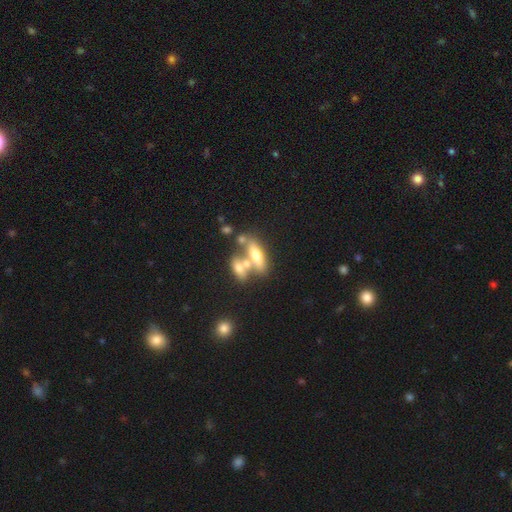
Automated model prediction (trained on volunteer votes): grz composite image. It shows a smooth galaxy with no disk features (55%) that is in between round and cigar-shaped (62%). Merging: merger (51%).